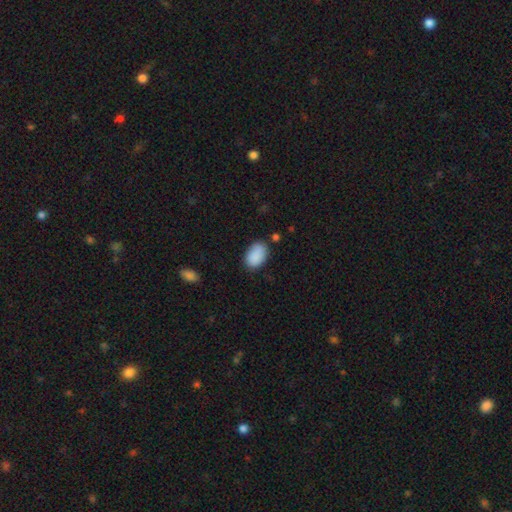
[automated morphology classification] The model was most divided on "merging": none: 75%, minor disturbance: 18%, major disturbance: 4%, merger: 3%. More confident: how rounded — in between (90%); smooth or featured — smooth (89%).